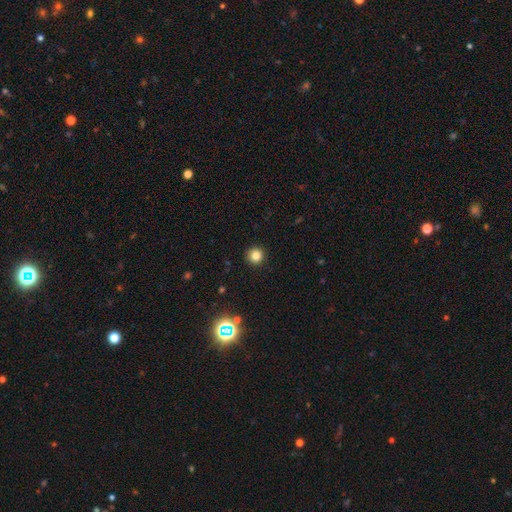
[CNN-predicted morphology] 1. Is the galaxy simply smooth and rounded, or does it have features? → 82% smooth, 14% star or artifact, 5% featured or disk.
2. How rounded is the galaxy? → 95% round, 4% in between, 1% cigar-shaped.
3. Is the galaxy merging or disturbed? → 92% none, 5% minor disturbance, 2% major disturbance, 1% merger.